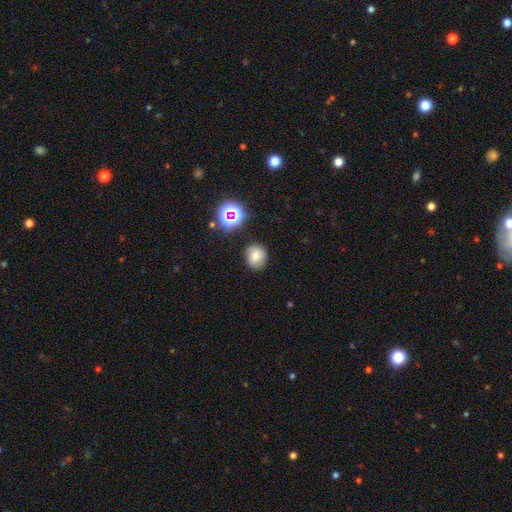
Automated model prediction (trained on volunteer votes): Overall: smooth (72%). How rounded: round (79%). Merging: none (80%).